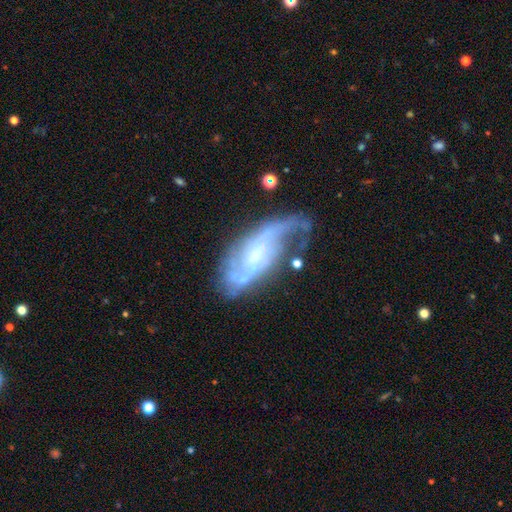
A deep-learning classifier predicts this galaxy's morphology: This is clearly a featured or disk galaxy (83%). It is clearly not viewed edge-on (93%). Bar: possibly weak (47%). Spiral arm pattern: clearly yes (91%). Spiral arm count: possibly 2 (60%). Spiral winding: marginally loose (41%). Central bulge: possibly small (52%). Merging: possibly none (50%).